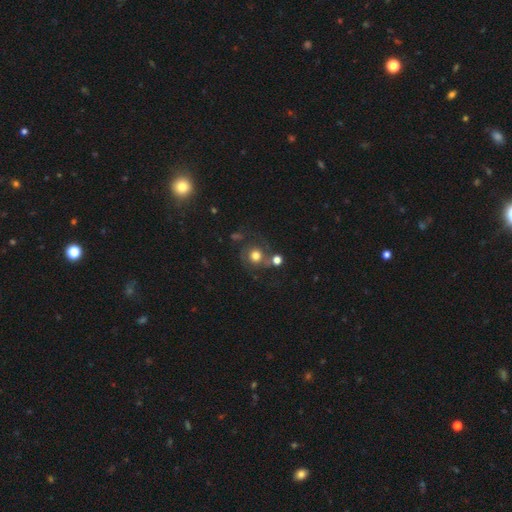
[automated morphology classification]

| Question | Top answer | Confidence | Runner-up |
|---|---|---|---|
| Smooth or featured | smooth | 62% | featured or disk (25%) |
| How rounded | round | 86% | in between (13%) |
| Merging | none | 54% | merger (18%) |